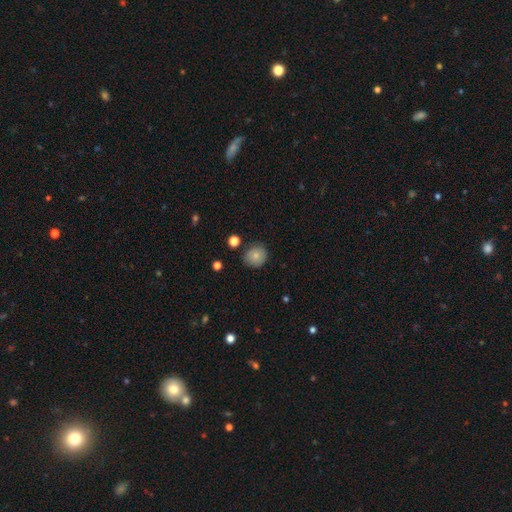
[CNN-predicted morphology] Smooth or featured: smooth — 81% (star or artifact — 10%)
How rounded: round — 85% (in between — 14%)
Merging: none — 82% (minor disturbance — 13%)